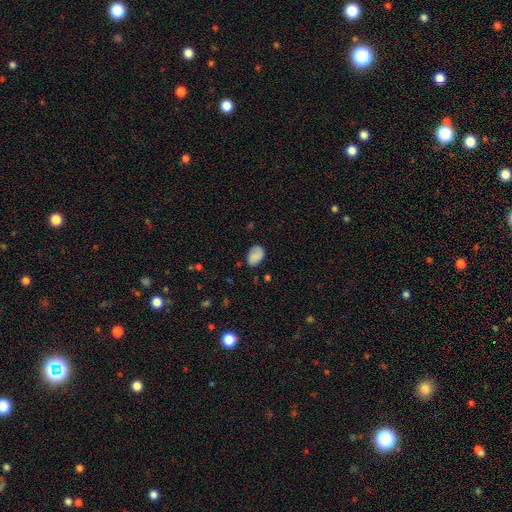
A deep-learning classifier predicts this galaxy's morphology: A smooth galaxy with no disk features (76%) that is in between round and cigar-shaped (83%). Merging: none (71%).